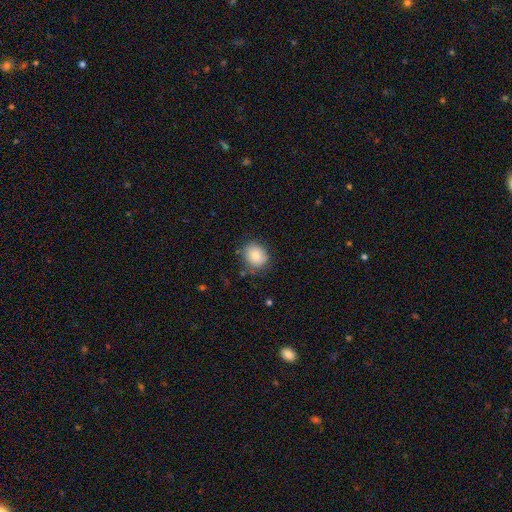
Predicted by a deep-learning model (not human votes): A smooth galaxy with no disk features (83%) that is round (69%).

Vote fractions:
- Smooth or featured? smooth: 83% / star or artifact: 8% / featured or disk: 8%
- How rounded? round: 69% / in between: 30% / cigar-shaped: 1%
- Merging? none: 78% / minor disturbance: 16% / major disturbance: 4% / merger: 2%